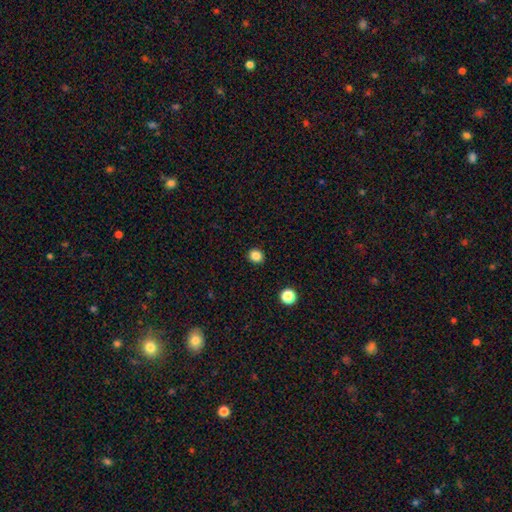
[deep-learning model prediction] smooth_or_featured: smooth (p=0.85) [alt: star or artifact p=0.11]
how_rounded: round (p=0.77) [alt: in between p=0.22]
merging: none (p=0.91) [alt: minor disturbance p=0.06]